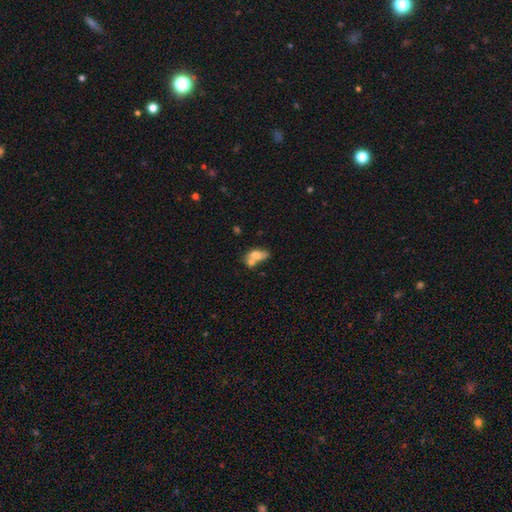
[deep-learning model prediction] Morphology: type=smooth (66%); roundness=in between (82%); merging=merger (57%).